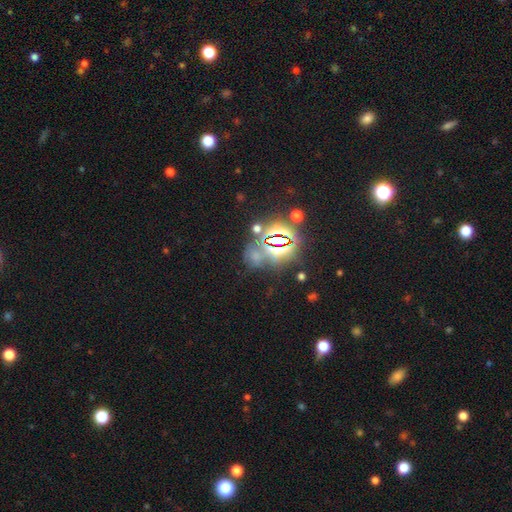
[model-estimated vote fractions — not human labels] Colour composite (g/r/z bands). It shows a star or artifact, not a galaxy (60%).